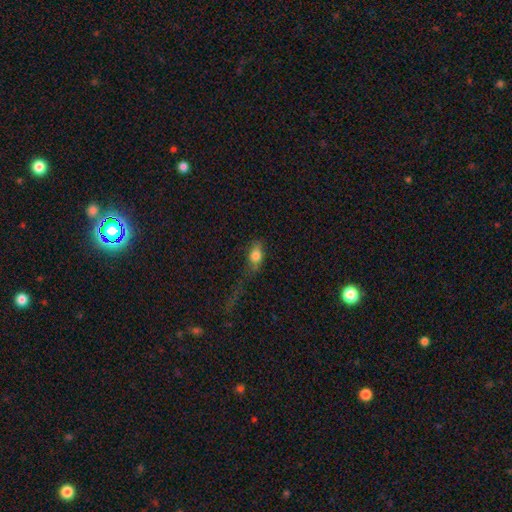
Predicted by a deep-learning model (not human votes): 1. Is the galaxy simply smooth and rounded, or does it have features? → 78% smooth, 13% featured or disk, 9% star or artifact.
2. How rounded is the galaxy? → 81% in between, 12% round, 8% cigar-shaped.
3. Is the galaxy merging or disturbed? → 44% none, 27% major disturbance, 24% minor disturbance, 5% merger.